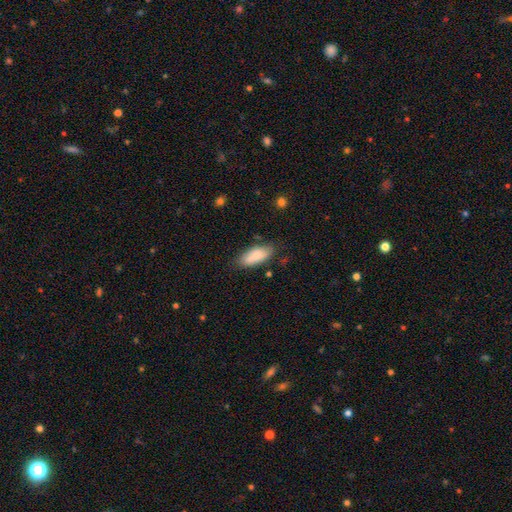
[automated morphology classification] Q: Smooth or featured?
A: smooth (86%); runner-up: featured or disk (8%)
Q: How rounded?
A: in between (80%); runner-up: cigar-shaped (18%)
Q: Merging?
A: none (77%); runner-up: minor disturbance (17%)